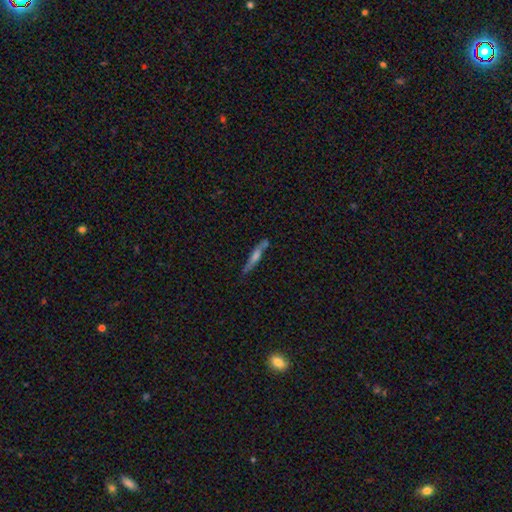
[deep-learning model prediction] Smooth or featured: featured or disk — 55% (smooth — 37%)
Edge-on disk: yes — 93% (no — 7%)
Edge-on bulge: rounded — 61% (none — 24%)
Merging: none — 77% (minor disturbance — 15%)